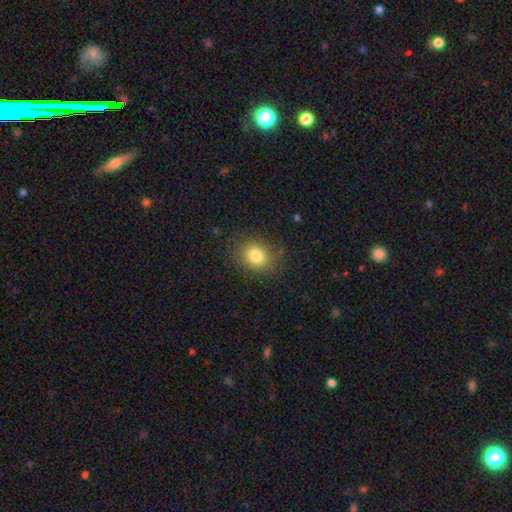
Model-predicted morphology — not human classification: Overall: smooth (80%). How rounded: round (59%; in between 40%). Merging: none (85%).